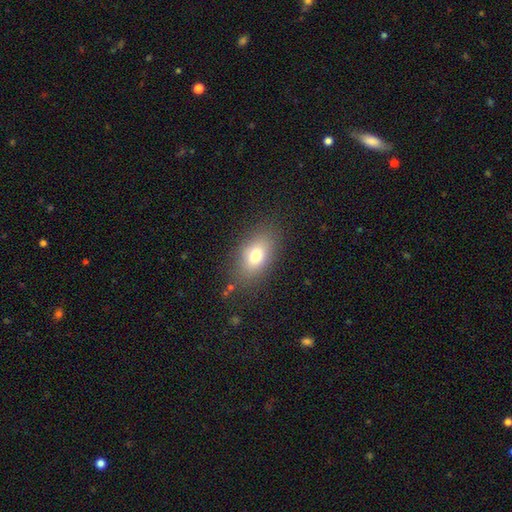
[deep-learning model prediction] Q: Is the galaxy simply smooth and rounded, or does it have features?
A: smooth — 75%.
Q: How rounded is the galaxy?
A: in between — 84%.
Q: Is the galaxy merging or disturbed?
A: none — 81%.